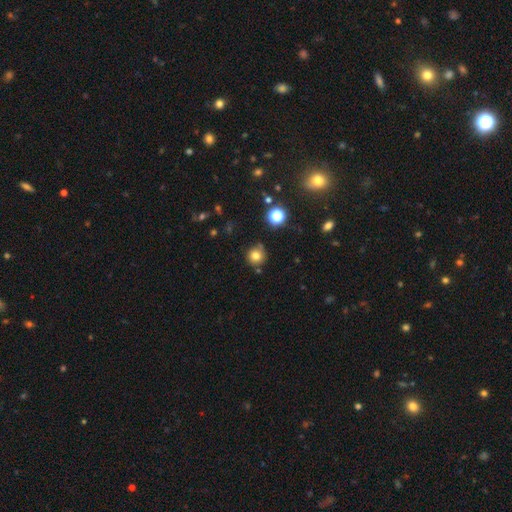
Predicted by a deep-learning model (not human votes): Overall: smooth (78%). How rounded: round (92%). Merging: none (79%).